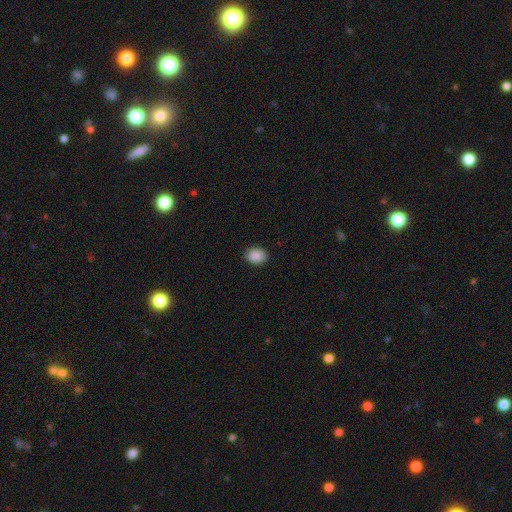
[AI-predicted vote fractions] This is clearly a smooth galaxy (89%). How rounded: possibly in between (55%). Merging: clearly none (89%).